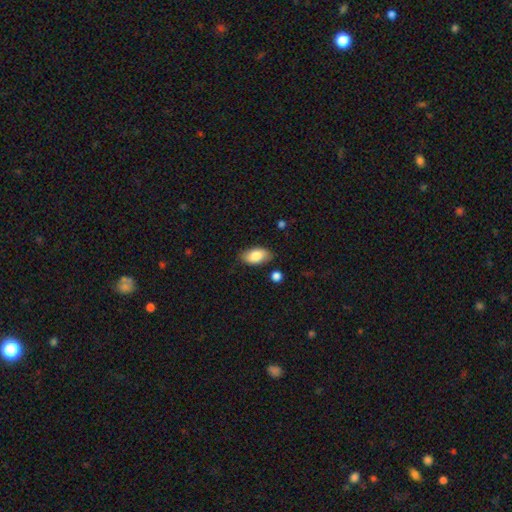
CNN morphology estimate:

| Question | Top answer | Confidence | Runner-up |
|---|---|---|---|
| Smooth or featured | smooth | 83% | featured or disk (11%) |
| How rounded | in between | 94% | round (4%) |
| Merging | none | 80% | minor disturbance (14%) |